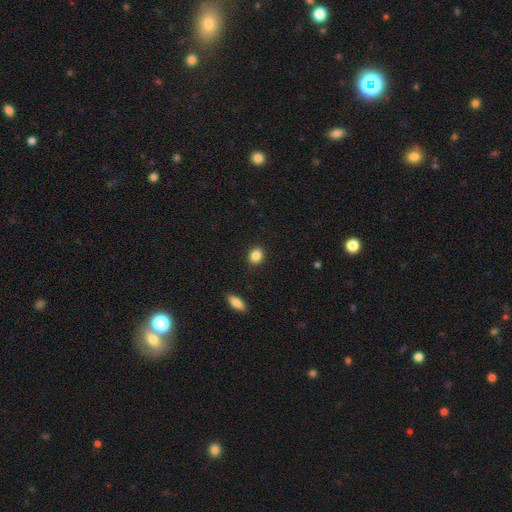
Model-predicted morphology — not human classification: Smooth or featured? smooth (86%)
How rounded? round (59%)
Merging? none (90%)